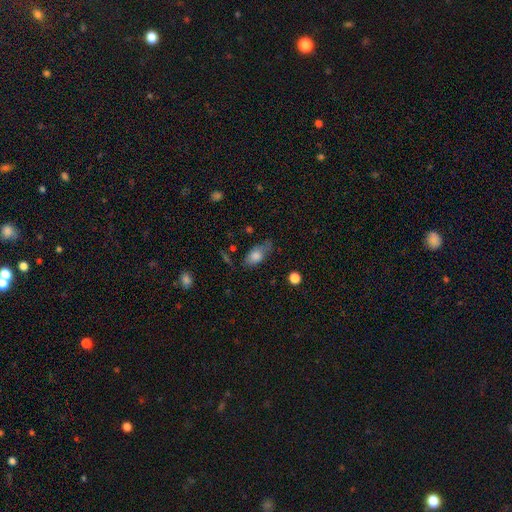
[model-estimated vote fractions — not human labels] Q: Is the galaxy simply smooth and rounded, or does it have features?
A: smooth — 77%.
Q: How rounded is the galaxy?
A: in between — 86%.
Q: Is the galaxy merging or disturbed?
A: none — 52%.